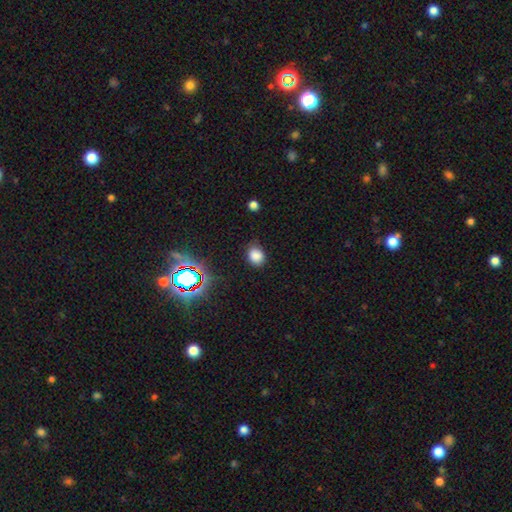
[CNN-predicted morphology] Overall: smooth (80%). How rounded: in between (50%; round 49%). Merging: none (77%).